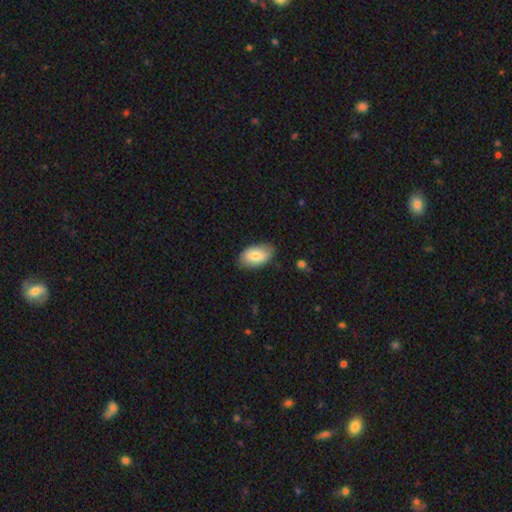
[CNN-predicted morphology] This is likely a smooth galaxy (78%). How rounded: clearly in between (93%). Merging: likely none (79%).